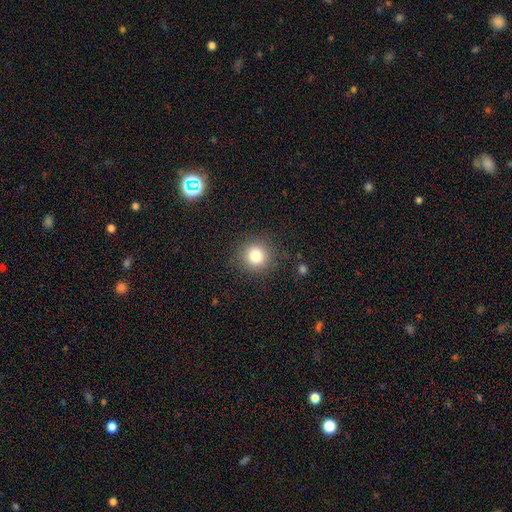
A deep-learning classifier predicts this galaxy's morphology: This appears to be a smooth galaxy with no disk features (80%) that is round (92%). Merging: none (87%).